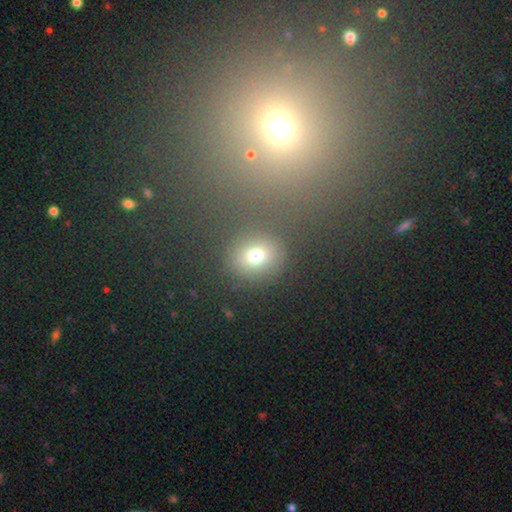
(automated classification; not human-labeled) Smooth or featured? Predicted: smooth (p=0.68). How rounded? Predicted: round (p=0.74). Merging? Predicted: none (p=0.82).